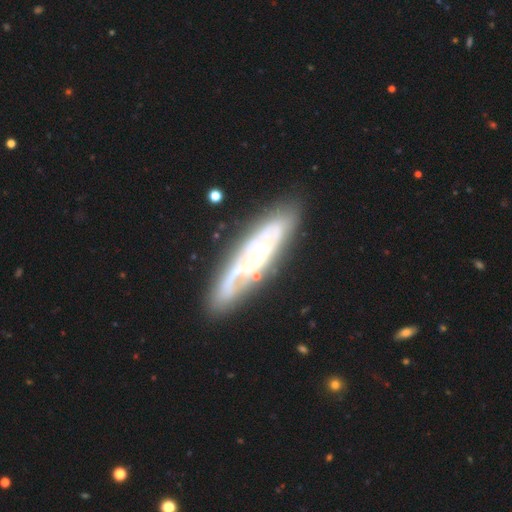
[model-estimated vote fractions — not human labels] This appears to be a featured or disk galaxy (76%) with no bar (69%), spiral arms (79%) and a small central bulge (52%). Merging: none (77%).